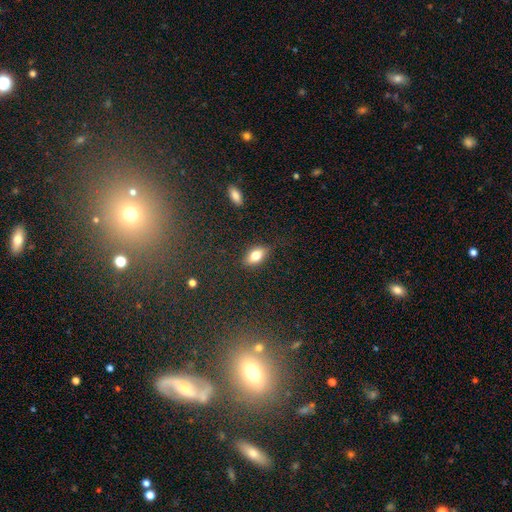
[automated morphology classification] type=smooth (76%); roundness=in between (86%); merging=none (84%).